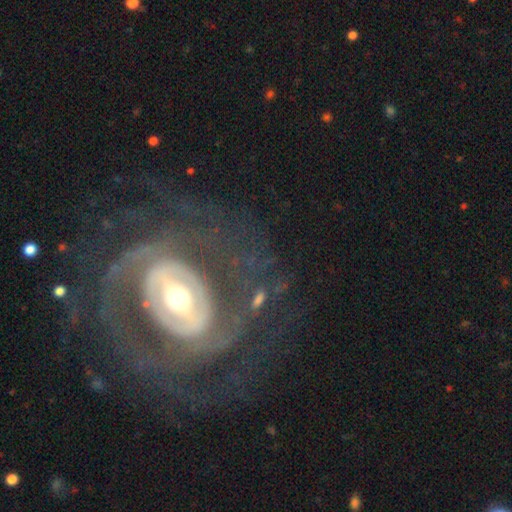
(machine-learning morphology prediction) Smooth or featured: featured or disk — 86% (smooth — 7%)
Edge-on disk: no — 94% (yes — 6%)
Bar: strong — 53% (weak — 29%)
Spiral arms: yes — 83% (no — 17%)
Spiral winding: tight — 58% (medium — 29%)
Spiral arm count: 2 — 36% (can't tell — 30%)
Bulge size: moderate — 61% (small — 23%)
Merging: none — 68% (major disturbance — 17%)